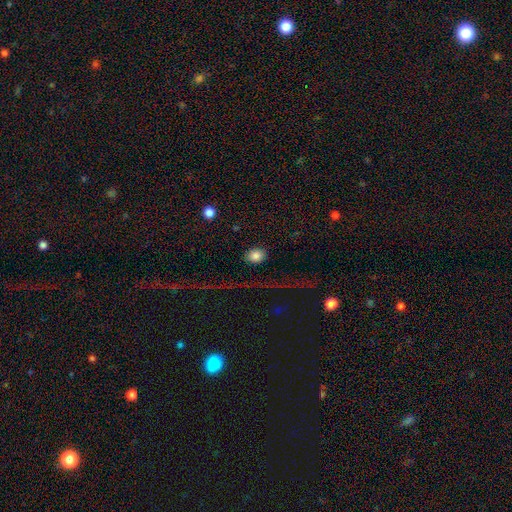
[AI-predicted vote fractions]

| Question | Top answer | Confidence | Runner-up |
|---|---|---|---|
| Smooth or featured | smooth | 81% | star or artifact (11%) |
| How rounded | round | 54% | in between (45%) |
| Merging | none | 86% | minor disturbance (8%) |